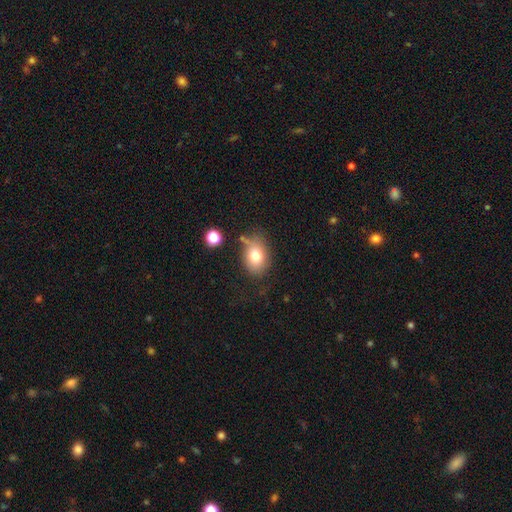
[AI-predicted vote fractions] smooth-or-featured: smooth: 75% | featured or disk: 14% | star or artifact: 11%
  how-rounded: in between: 65% | round: 34% | cigar-shaped: 1%
  merging: none: 62% | minor disturbance: 23% | major disturbance: 8% | merger: 7%